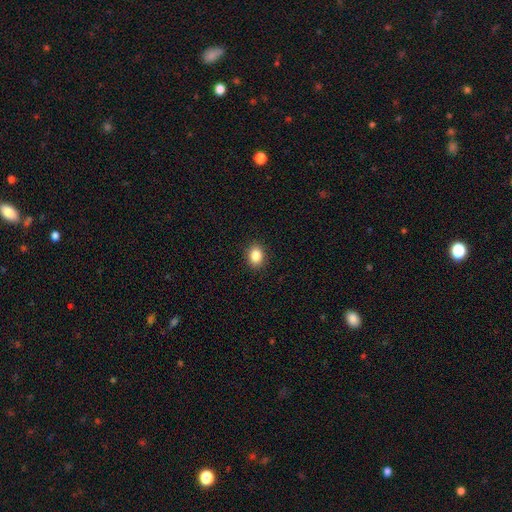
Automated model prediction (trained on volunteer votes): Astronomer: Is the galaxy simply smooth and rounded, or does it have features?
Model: smooth — 86%.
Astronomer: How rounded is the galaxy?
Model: in between — 53% (runner-up: round, 46%).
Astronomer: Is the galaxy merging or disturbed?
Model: none — 90%.